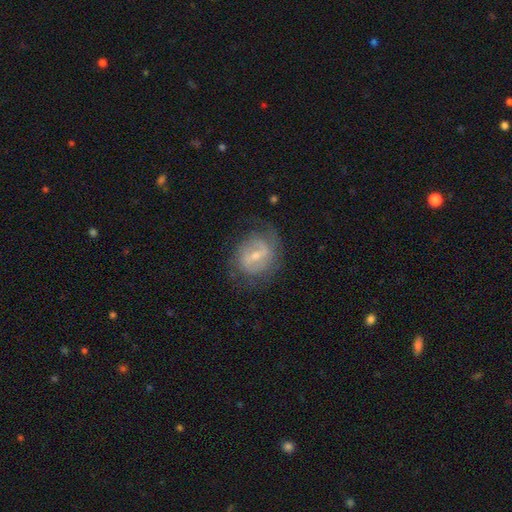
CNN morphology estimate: smooth-or-featured: featured or disk: 76% | smooth: 17% | star or artifact: 7%
  disk-edge-on: no: 96% | yes: 4%
    bar: weak: 52% | strong: 34% | no: 14%
    has-spiral-arms: yes: 82% | no: 18%
      spiral-winding: medium: 43% | tight: 35% | loose: 22%
      spiral-arm-count: 2: 65% | can't tell: 21% | 1: 6% | 3: 5% | 4: 2% | more than 4: 2%
    bulge-size: small: 56% | moderate: 39% | none: 2% | large: 2% | dominant: 1%
  merging: none: 68% | minor disturbance: 20% | major disturbance: 11% | merger: 1%